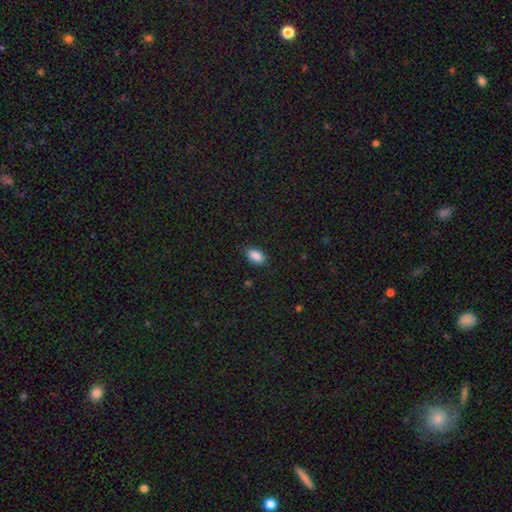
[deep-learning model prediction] Smooth or featured?
  - smooth: 88% *
  - star or artifact: 8%
  - featured or disk: 4%
How rounded?
  - in between: 92% *
  - round: 7%
  - cigar-shaped: 2%
Merging?
  - none: 86% *
  - minor disturbance: 11%
  - major disturbance: 2%
  - merger: 1%